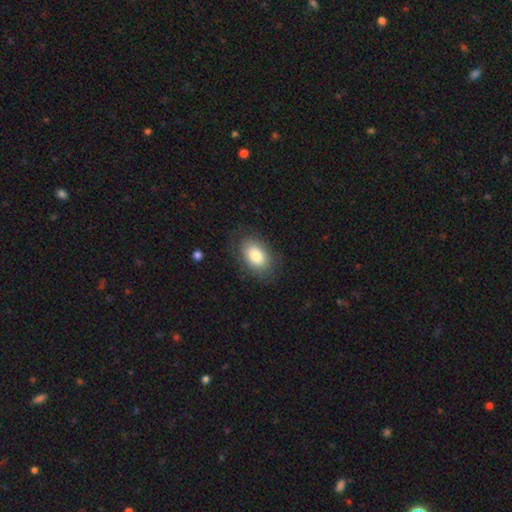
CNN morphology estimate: Smooth or featured? smooth (80%)
How rounded? in between (91%)
Merging? none (80%)